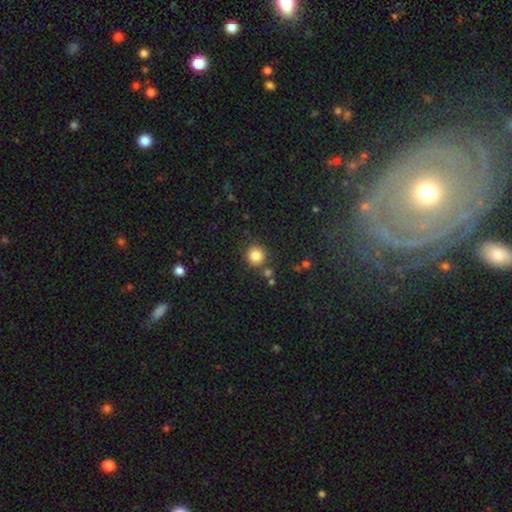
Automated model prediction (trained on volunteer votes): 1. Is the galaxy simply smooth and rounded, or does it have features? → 84% smooth, 11% star or artifact, 5% featured or disk.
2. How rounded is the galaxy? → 92% round, 7% in between, 1% cigar-shaped.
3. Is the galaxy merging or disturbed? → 83% none, 8% minor disturbance, 6% merger, 3% major disturbance.